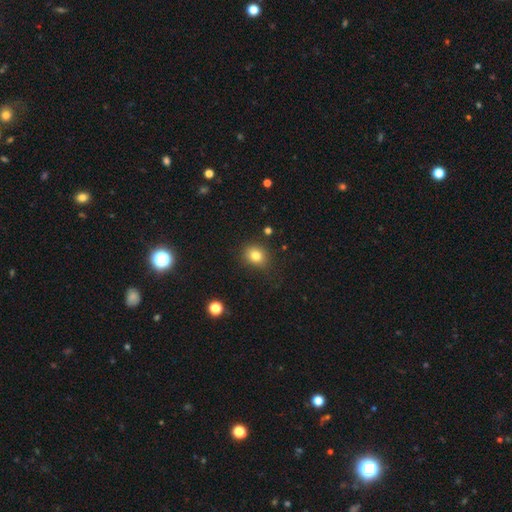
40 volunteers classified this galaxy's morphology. A smooth galaxy with no disk features (82%) that is round (55%). Merging: none (80%).